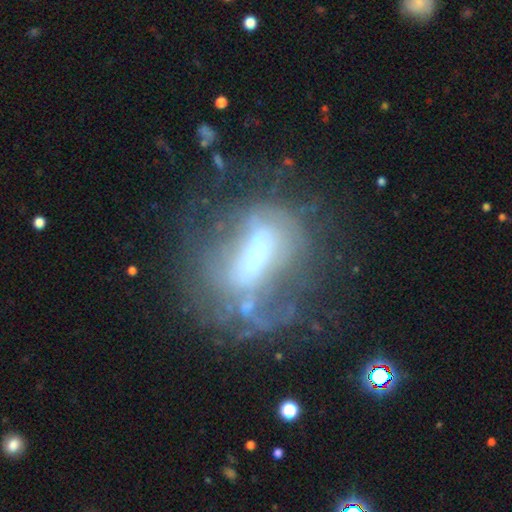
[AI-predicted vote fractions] Overall: featured or disk (63%; smooth 24%). Edge-on disk: no (92%). Bar: strong (39%; no 31%). Spiral arms: no (57%; yes 43%). Bulge size: moderate (31%; small 30%). Merging: none (38%; major disturbance 33%).